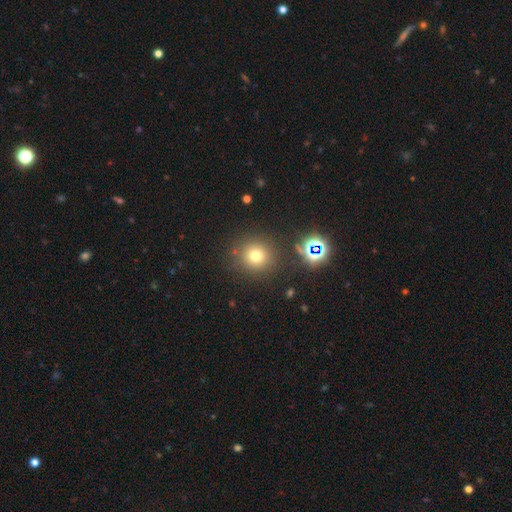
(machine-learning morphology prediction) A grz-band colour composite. It shows a smooth galaxy with no disk features (69%) that is round (92%). Merging: none (85%).